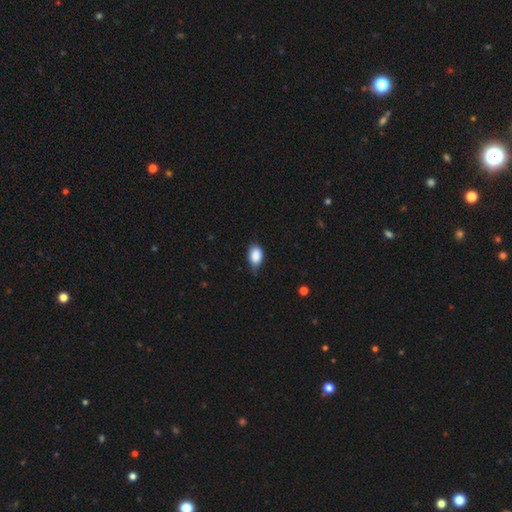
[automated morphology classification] smooth 87%, star or artifact 7%, featured or disk 6%. Down the decision tree: how rounded — in between (88%); merging — none (55%).